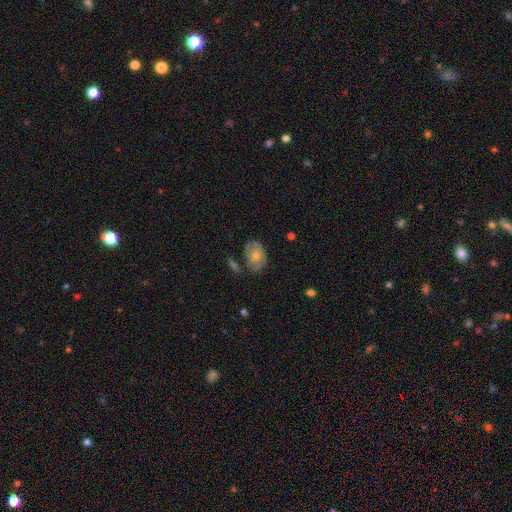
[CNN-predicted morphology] Q: Smooth or featured?
A: smooth (55%); runner-up: featured or disk (38%)
Q: How rounded?
A: in between (77%); runner-up: round (22%)
Q: Merging?
A: none (57%); runner-up: minor disturbance (26%)